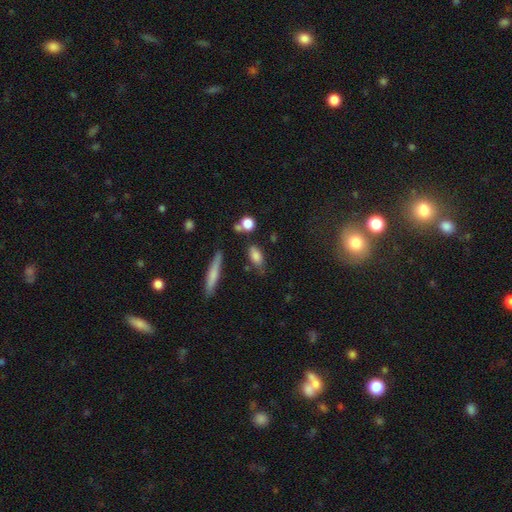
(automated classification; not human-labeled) Morphology: type=smooth (79%); roundness=in between (73%); merging=none (62%).